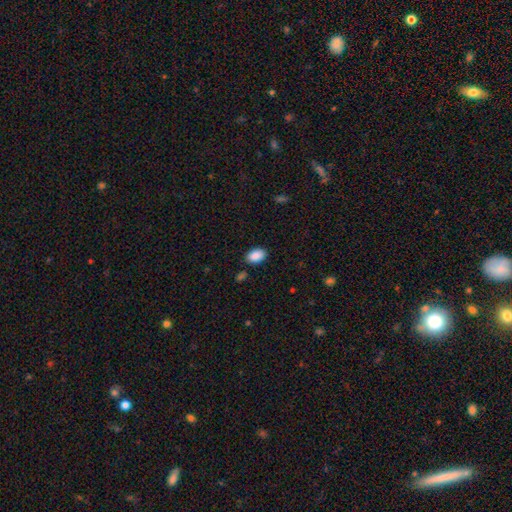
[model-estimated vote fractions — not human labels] This is clearly a smooth galaxy (89%). How rounded: clearly in between (88%). Merging: clearly none (85%).